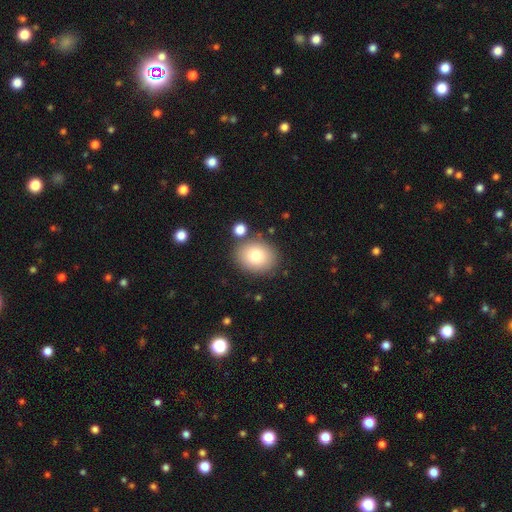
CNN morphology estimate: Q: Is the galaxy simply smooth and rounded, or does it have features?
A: smooth — 79%.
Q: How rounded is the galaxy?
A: round — 55%.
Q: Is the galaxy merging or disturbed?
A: none — 80%.